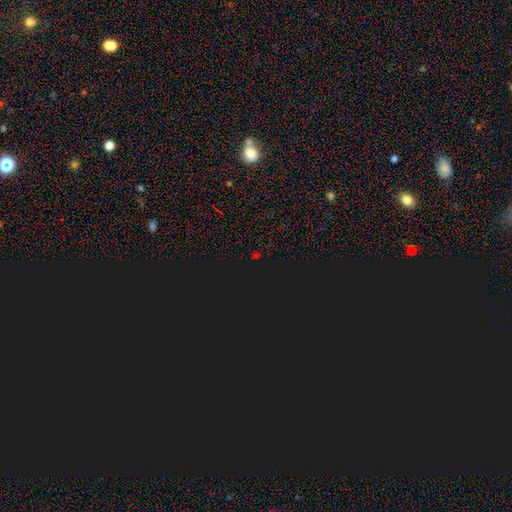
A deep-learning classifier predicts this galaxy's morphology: Overall: star or artifact (76%).